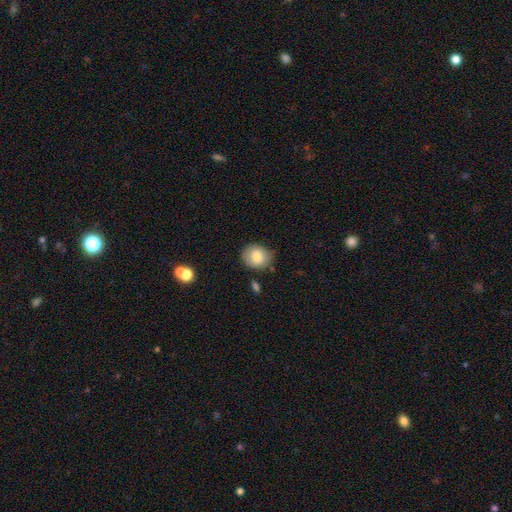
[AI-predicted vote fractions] The model was most divided on "how rounded": round: 70%, in between: 29%, cigar-shaped: 1%. More confident: smooth or featured — smooth (81%); merging — none (78%).